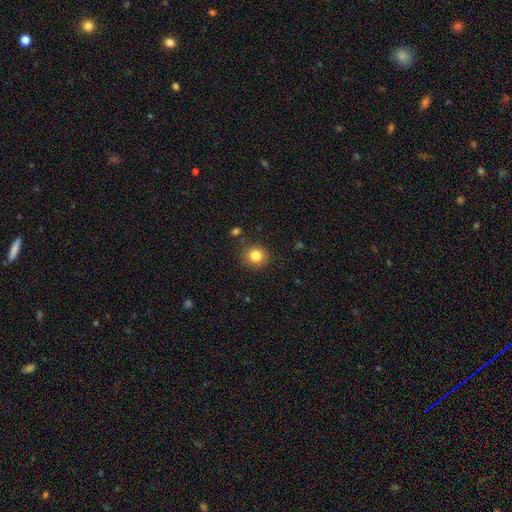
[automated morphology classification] Smooth or featured? Predicted: smooth (p=0.83). How rounded? Predicted: round (p=0.90). Merging? Predicted: none (p=0.87).